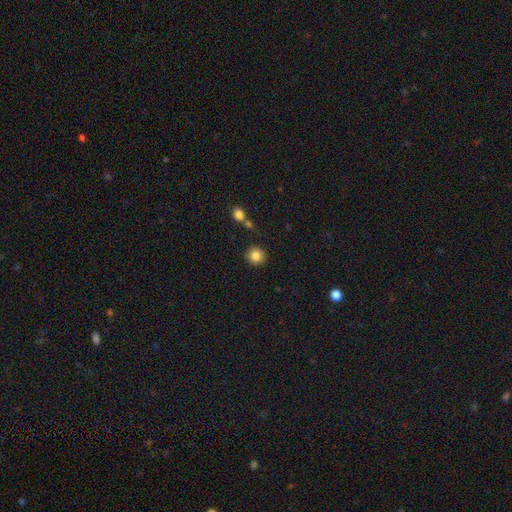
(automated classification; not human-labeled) This is clearly a smooth galaxy (85%). How rounded: clearly round (89%). Merging: clearly none (86%).